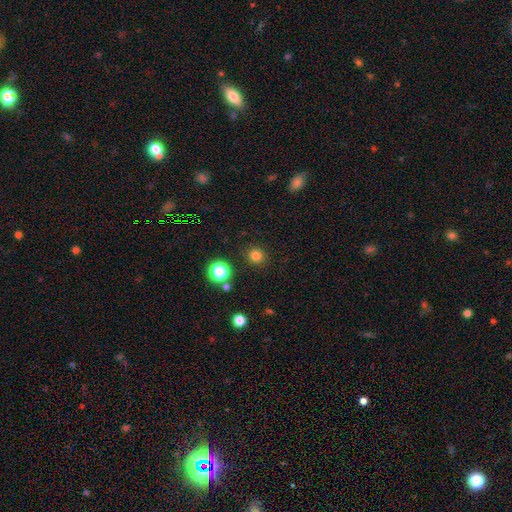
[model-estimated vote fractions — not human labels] Smooth or featured?
  - smooth: 80% *
  - star or artifact: 16%
  - featured or disk: 5%
How rounded?
  - round: 91% *
  - in between: 8%
  - cigar-shaped: 1%
Merging?
  - none: 90% *
  - minor disturbance: 6%
  - major disturbance: 2%
  - merger: 2%